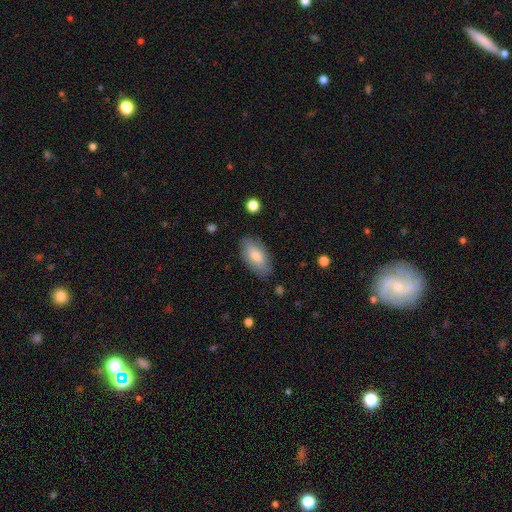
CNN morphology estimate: type=smooth (76%); roundness=in between (91%); merging=none (82%).